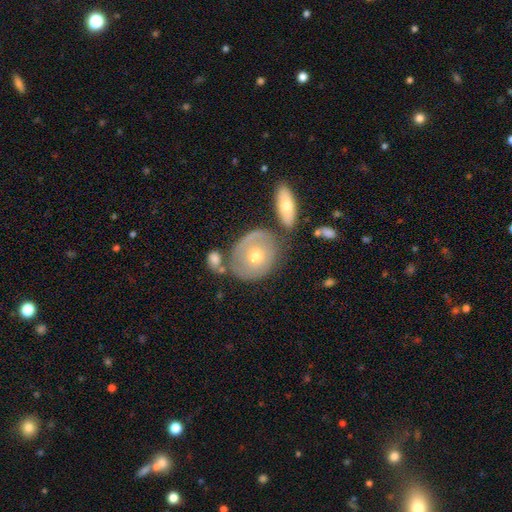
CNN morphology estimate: Smooth or featured?
  - featured or disk: 56% *
  - smooth: 37%
  - star or artifact: 7%
Edge-on disk?
  - no: 93% *
  - yes: 7%
Bar?
  - no: 84% *
  - weak: 13%
  - strong: 3%
Spiral arms?
  - yes: 51% *
  - no: 49%
Bulge size?
  - moderate: 66% *
  - small: 28%
  - large: 4%
  - none: 1%
  - dominant: 1%
Merging?
  - none: 55% *
  - minor disturbance: 21%
  - merger: 16%
  - major disturbance: 8%